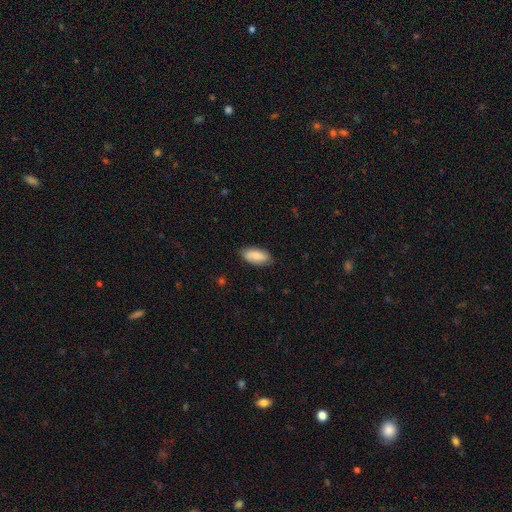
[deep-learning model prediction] A smooth galaxy with no disk features (78%) that is in between round and cigar-shaped (90%). Merging: none (83%).